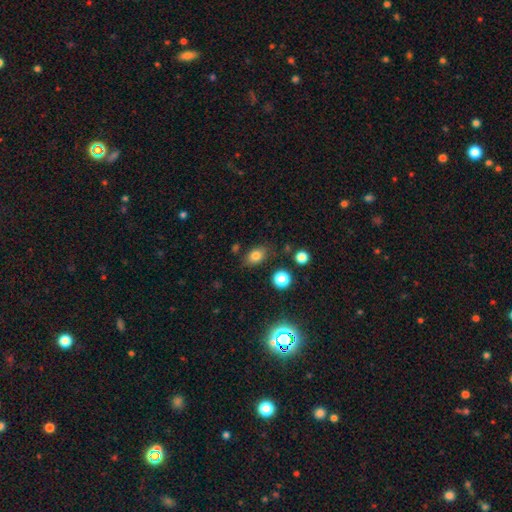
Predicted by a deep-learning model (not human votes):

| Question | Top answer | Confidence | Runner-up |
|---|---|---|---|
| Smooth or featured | smooth | 80% | star or artifact (12%) |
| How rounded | in between | 76% | round (22%) |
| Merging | none | 77% | minor disturbance (15%) |